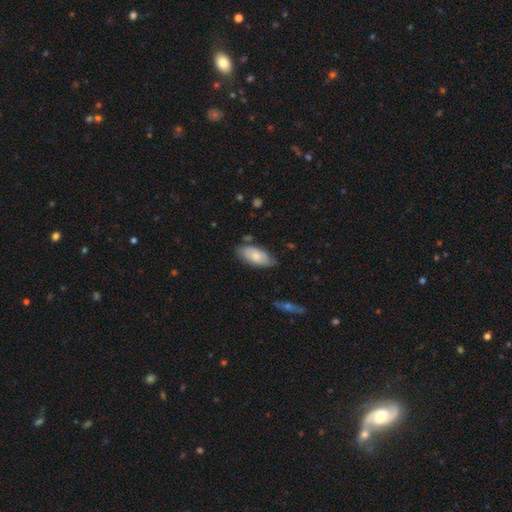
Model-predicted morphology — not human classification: type=smooth (68%); roundness=in between (90%); merging=none (70%).